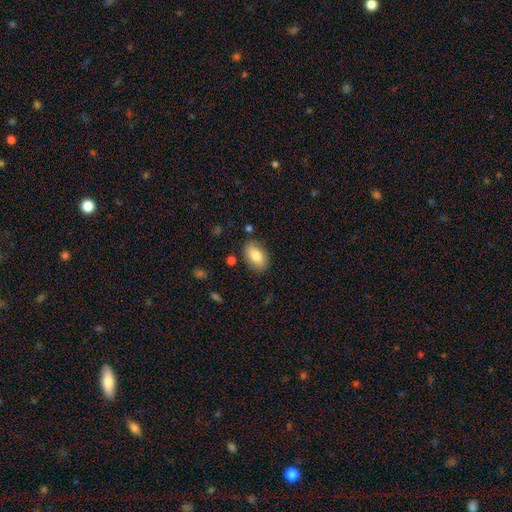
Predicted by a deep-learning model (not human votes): Smooth or featured? Predicted: smooth (p=0.79). How rounded? Predicted: in between (p=0.91). Merging? Predicted: none (p=0.82).